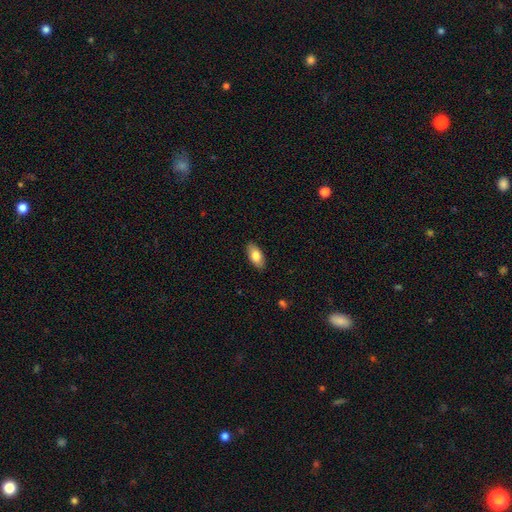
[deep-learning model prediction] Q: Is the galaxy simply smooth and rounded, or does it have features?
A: smooth — 81%.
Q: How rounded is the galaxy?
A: in between — 91%.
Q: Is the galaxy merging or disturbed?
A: none — 88%.